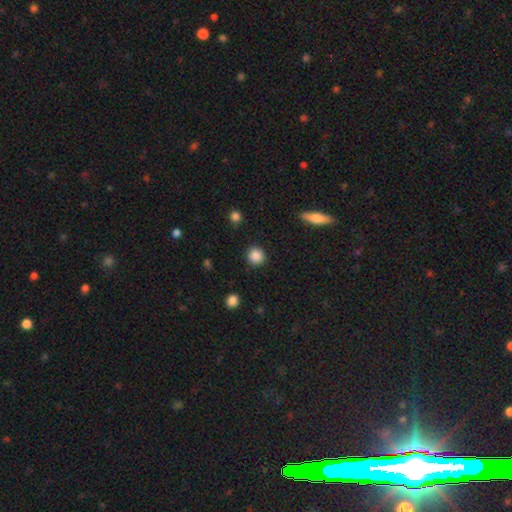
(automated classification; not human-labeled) Q: Smooth or featured?
A: smooth (87%); runner-up: star or artifact (9%)
Q: How rounded?
A: round (93%); runner-up: in between (6%)
Q: Merging?
A: none (91%); runner-up: minor disturbance (6%)